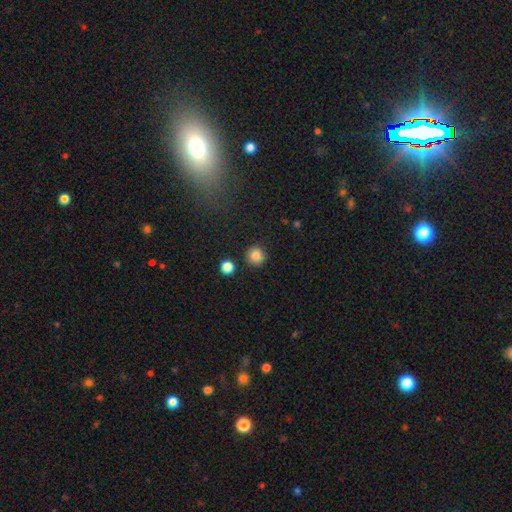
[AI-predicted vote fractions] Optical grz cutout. It shows a smooth galaxy with no disk features (84%) that is round (94%). Merging: none (90%).